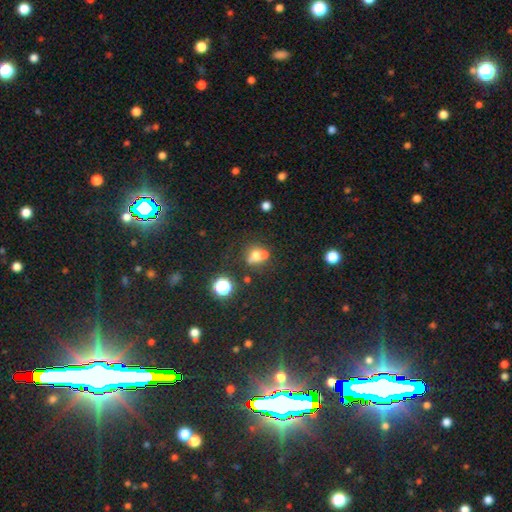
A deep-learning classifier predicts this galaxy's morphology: Smooth or featured: smooth — 61% (featured or disk — 20%)
How rounded: round — 73% (in between — 25%)
Merging: merger — 49% (none — 38%)